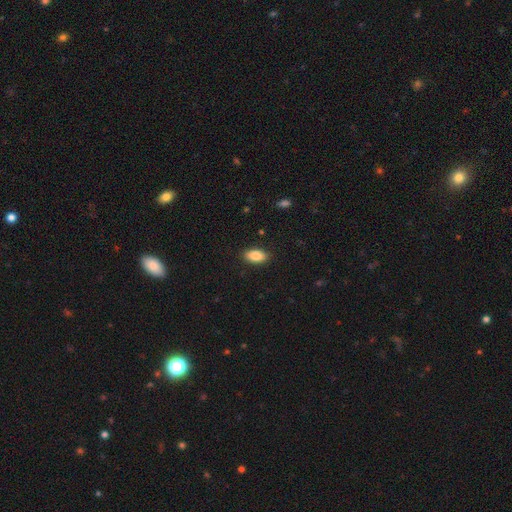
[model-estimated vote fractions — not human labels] This is clearly a smooth galaxy (86%). How rounded: clearly in between (92%). Merging: clearly none (89%).